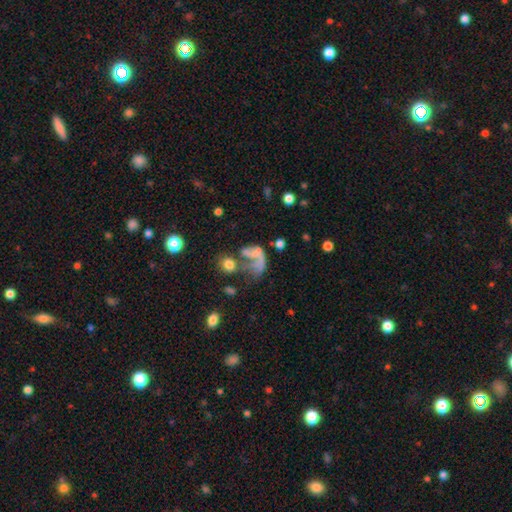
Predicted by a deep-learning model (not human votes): Smooth or featured: featured or disk — 47% (smooth — 39%)
Merging: major disturbance — 42% (merger — 28%)